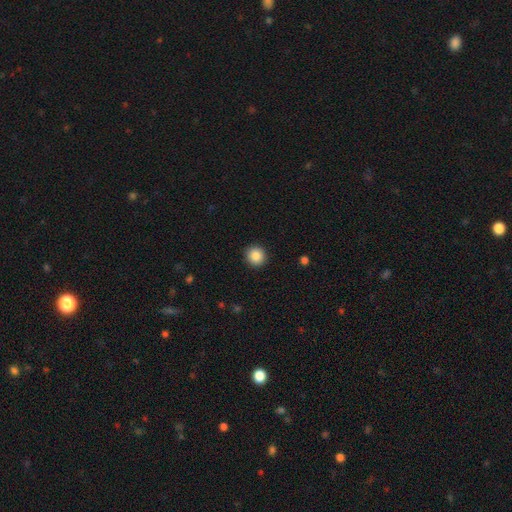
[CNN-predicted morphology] smooth 87%, star or artifact 9%, featured or disk 4%. Down the decision tree: how rounded — round (93%); merging — none (92%).